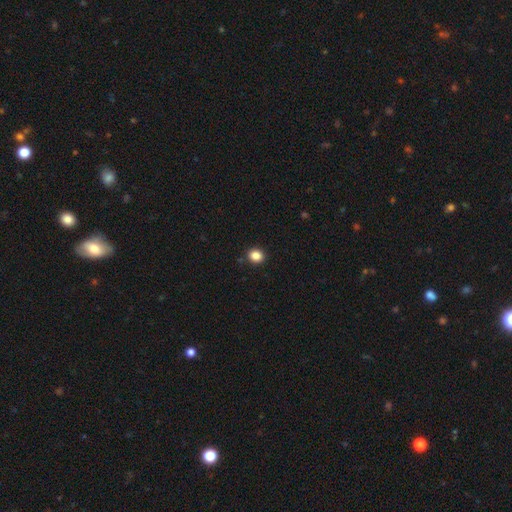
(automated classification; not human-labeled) Smooth or featured: smooth — 86% (star or artifact — 11%)
How rounded: round — 74% (in between — 25%)
Merging: none — 91% (minor disturbance — 6%)